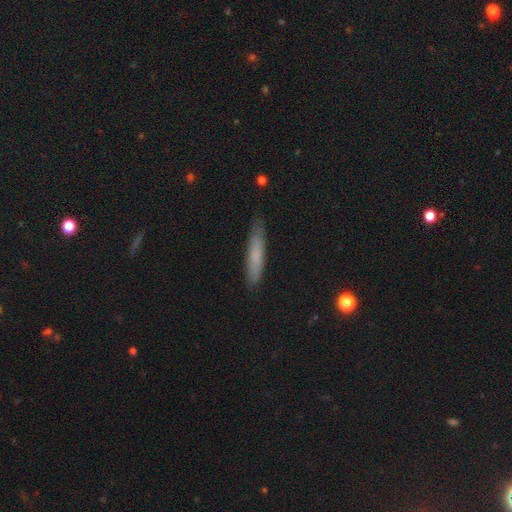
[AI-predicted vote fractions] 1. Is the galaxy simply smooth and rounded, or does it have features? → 73% smooth, 20% featured or disk, 7% star or artifact.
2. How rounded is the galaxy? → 88% cigar-shaped, 10% in between, 1% round.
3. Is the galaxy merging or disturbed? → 85% none, 12% minor disturbance, 2% major disturbance, 1% merger.